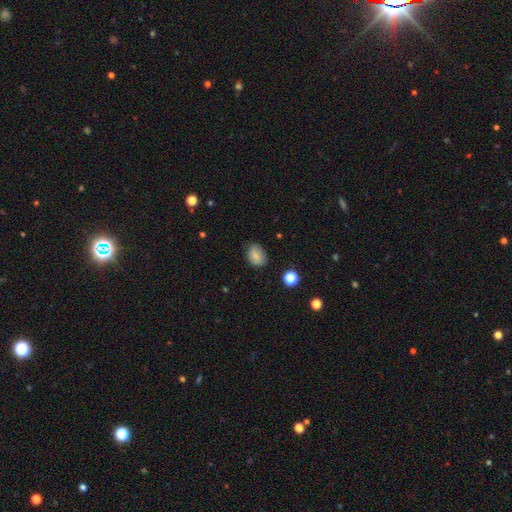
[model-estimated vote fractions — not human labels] smooth 82%, star or artifact 10%, featured or disk 8%. Down the decision tree: how rounded — in between (70%); merging — none (77%).